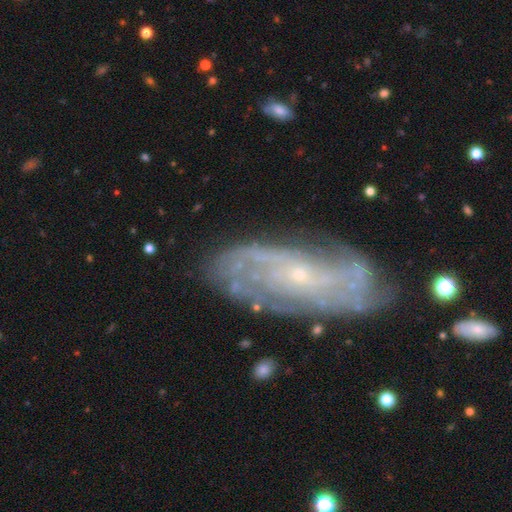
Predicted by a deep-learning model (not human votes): featured or disk 81%, smooth 13%, star or artifact 7%. Down the decision tree: edge-on disk — no (90%); bar — no (72%); spiral arms — yes (87%); spiral arm count — can't tell (46%); spiral winding — tight (50%); bulge size — small (83%); merging — none (73%).